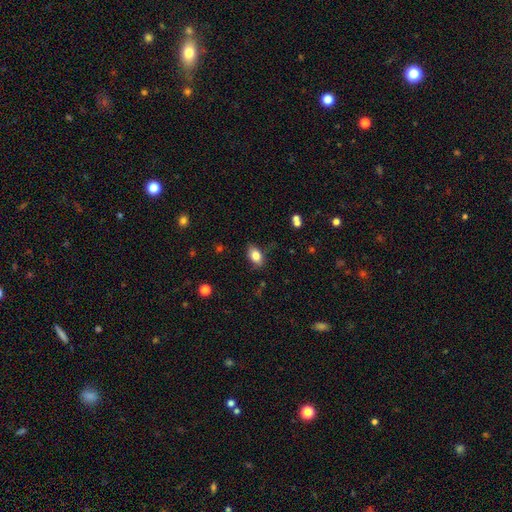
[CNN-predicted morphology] Smooth or featured? smooth (80%)
How rounded? in between (88%)
Merging? none (79%)